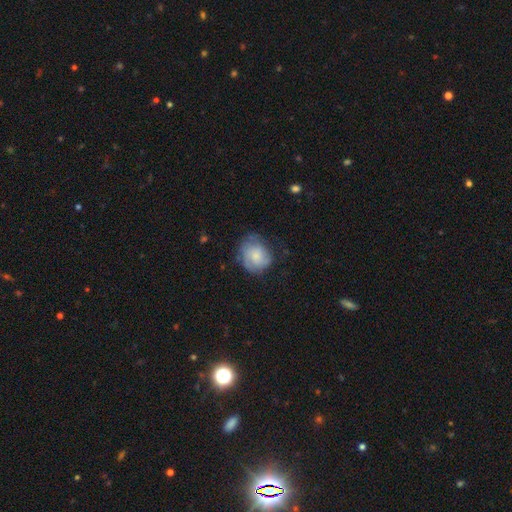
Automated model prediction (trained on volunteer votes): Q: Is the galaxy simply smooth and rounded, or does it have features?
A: smooth — 59%.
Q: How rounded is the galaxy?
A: round — 67%.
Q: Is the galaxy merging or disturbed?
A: none — 57%.